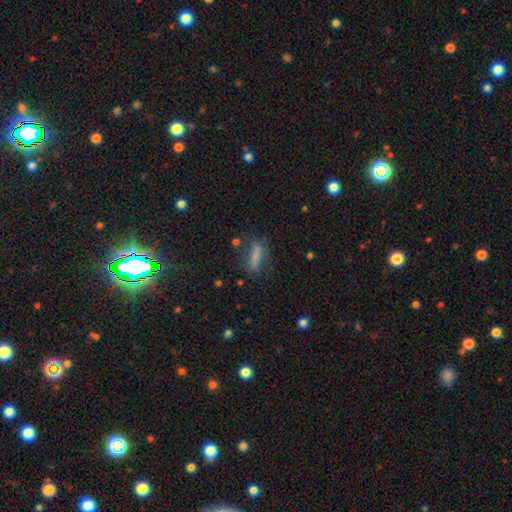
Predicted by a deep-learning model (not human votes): This appears to be a smooth galaxy with no disk features (73%) that is cigar-shaped (69%). Merging: none (70%).